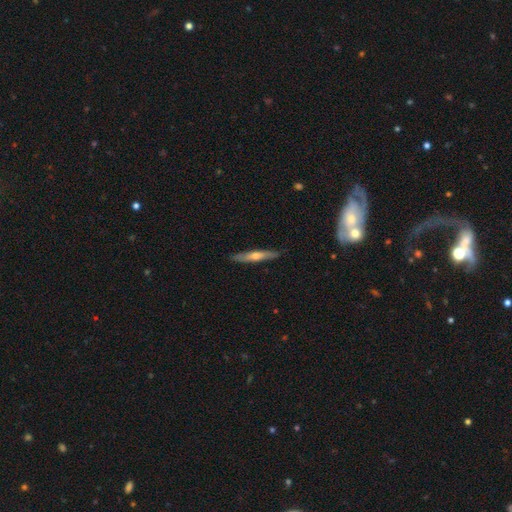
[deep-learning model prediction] The model was most divided on "smooth or featured": featured or disk: 58%, smooth: 36%, star or artifact: 6%. More confident: edge-on disk — yes (93%); merging — none (89%); edge-on bulge — rounded (80%).